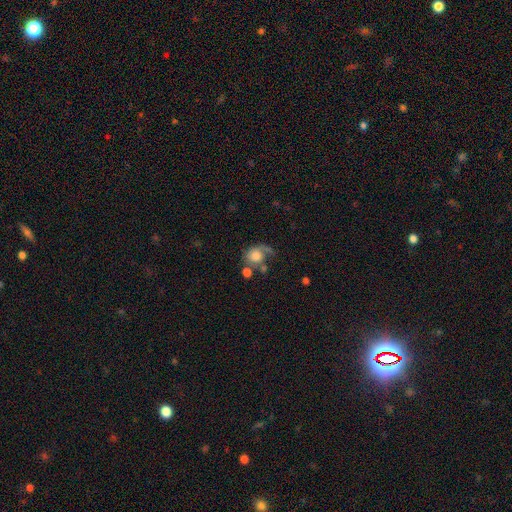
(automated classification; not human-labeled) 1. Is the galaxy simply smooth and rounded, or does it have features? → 57% smooth, 33% featured or disk, 9% star or artifact.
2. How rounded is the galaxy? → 69% round, 30% in between, 1% cigar-shaped.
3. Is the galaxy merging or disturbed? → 30% major disturbance (tied), 30% none (tied), 20% merger, 19% minor disturbance.